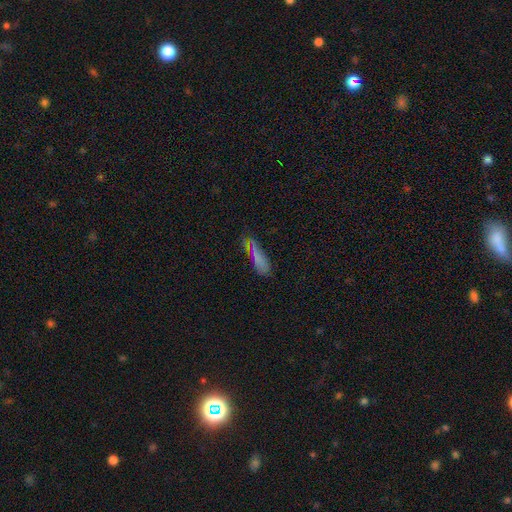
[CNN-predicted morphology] This is likely a smooth galaxy (65%). How rounded: likely cigar-shaped (73%). Merging: possibly none (56%).